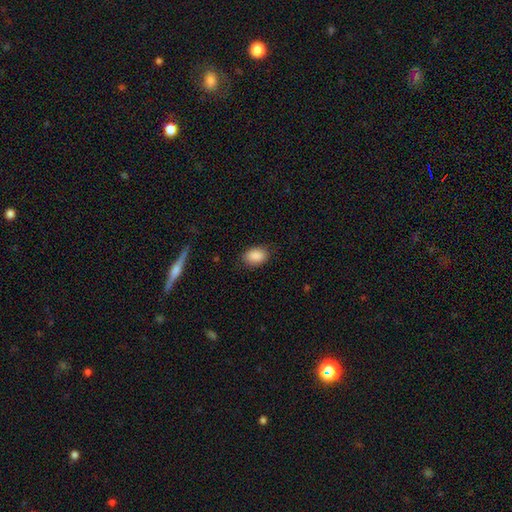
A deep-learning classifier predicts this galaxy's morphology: The model was most divided on "how rounded": in between: 81%, round: 18%, cigar-shaped: 1%. More confident: smooth or featured — smooth (89%); merging — none (84%).